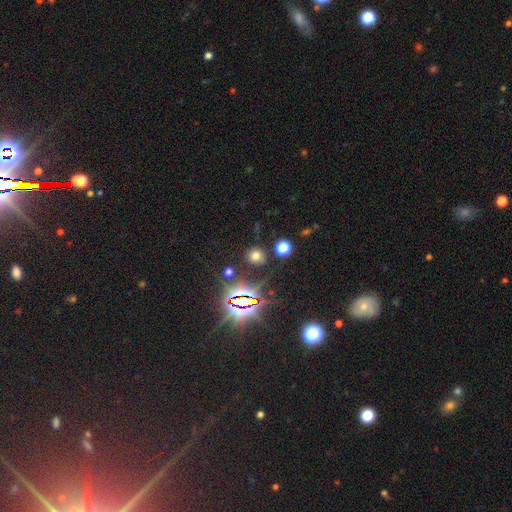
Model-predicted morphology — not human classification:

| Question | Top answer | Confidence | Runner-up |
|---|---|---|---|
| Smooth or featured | smooth | 60% | star or artifact (32%) |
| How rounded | round | 84% | in between (15%) |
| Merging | none | 84% | minor disturbance (9%) |